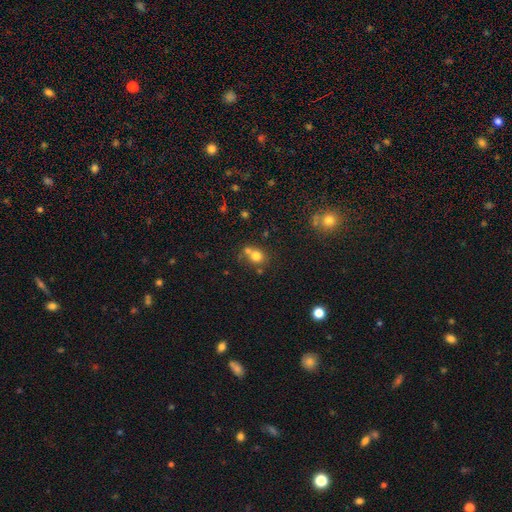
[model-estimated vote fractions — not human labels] Morphology: type=smooth (75%); roundness=round (78%); merging=none (48%).